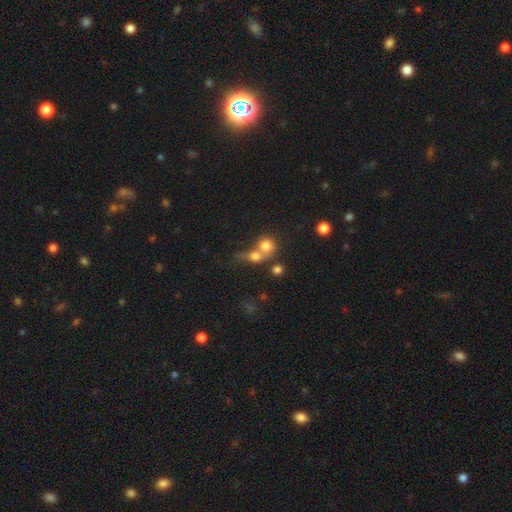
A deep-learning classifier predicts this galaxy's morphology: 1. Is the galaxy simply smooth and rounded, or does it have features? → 51% smooth, 32% star or artifact, 16% featured or disk.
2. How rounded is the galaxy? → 78% round, 18% in between, 4% cigar-shaped.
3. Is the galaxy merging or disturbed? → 48% merger, 39% none, 7% minor disturbance, 5% major disturbance.